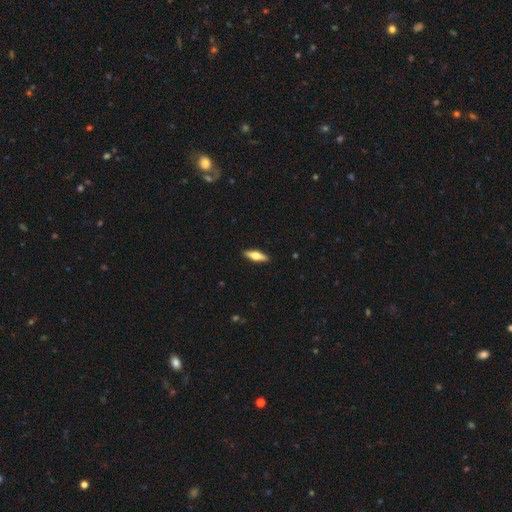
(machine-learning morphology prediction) smooth 51%, featured or disk 43%, star or artifact 6%. Down the decision tree: how rounded — cigar-shaped (53%); merging — none (91%).